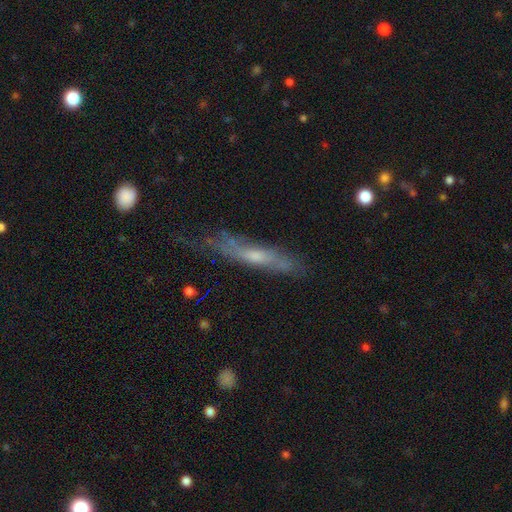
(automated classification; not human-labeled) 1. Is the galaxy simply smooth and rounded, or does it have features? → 55% featured or disk, 37% smooth, 8% star or artifact.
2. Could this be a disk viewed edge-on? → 69% yes, 31% no.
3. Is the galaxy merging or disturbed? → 55% none, 29% minor disturbance, 14% major disturbance, 3% merger.